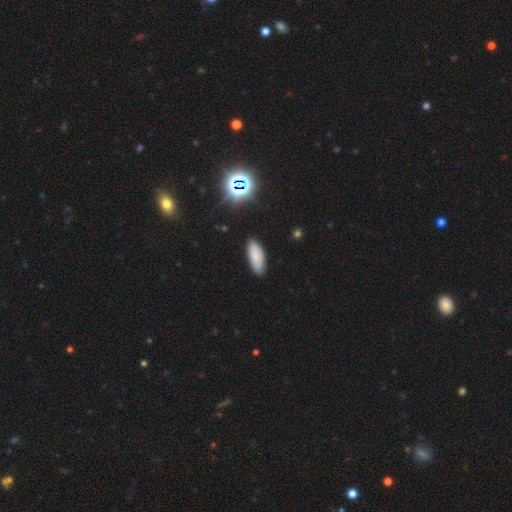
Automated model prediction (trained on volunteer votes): smooth_or_featured: smooth (p=0.79) [alt: featured or disk p=0.11]
how_rounded: in between (p=0.77) [alt: cigar-shaped p=0.21]
merging: none (p=0.86) [alt: minor disturbance p=0.11]